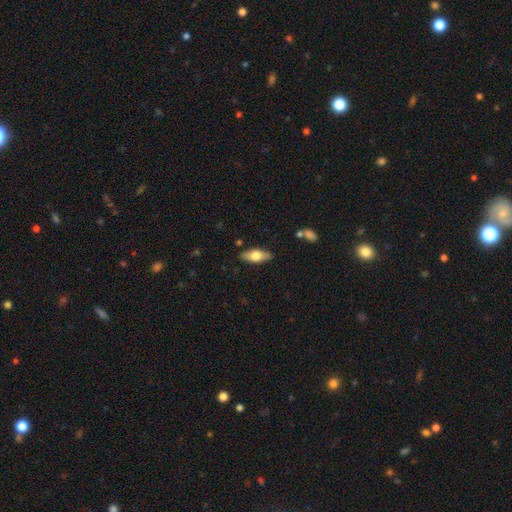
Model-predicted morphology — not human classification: type=smooth (60%); roundness=in between (74%); merging=none (86%).